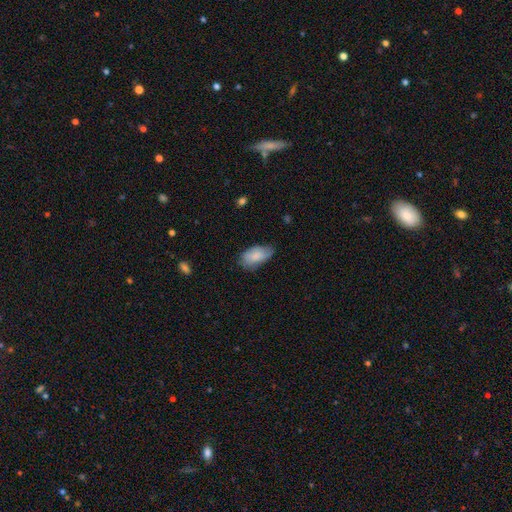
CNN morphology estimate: type=smooth (80%); roundness=in between (94%); merging=none (58%).